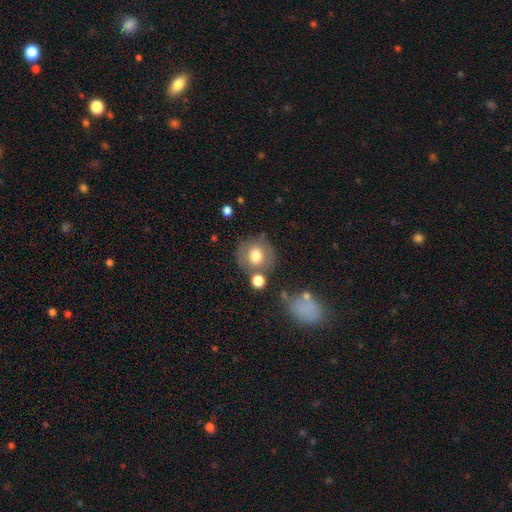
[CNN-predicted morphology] Overall: smooth (70%). How rounded: round (87%). Merging: none (66%).